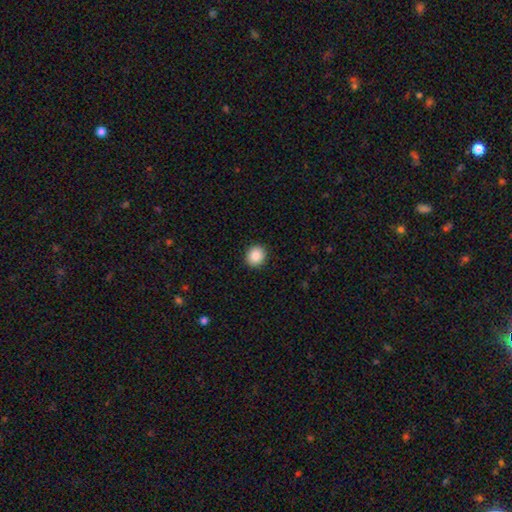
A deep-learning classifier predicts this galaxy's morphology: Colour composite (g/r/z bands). It shows a smooth galaxy with no disk features (87%) that is round (84%). Merging: none (92%).